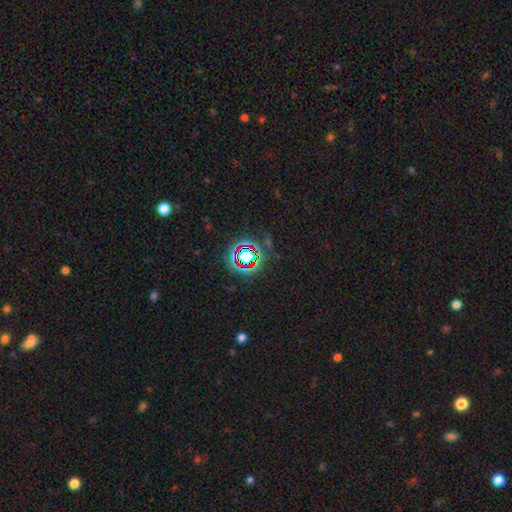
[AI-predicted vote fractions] A star or artifact, not a galaxy (75%).